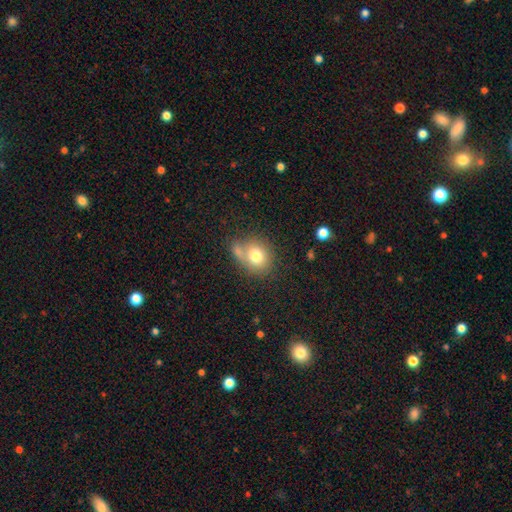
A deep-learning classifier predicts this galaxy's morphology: Overall: smooth (77%). How rounded: round (59%; in between 40%). Merging: none (47%; merger 28%).